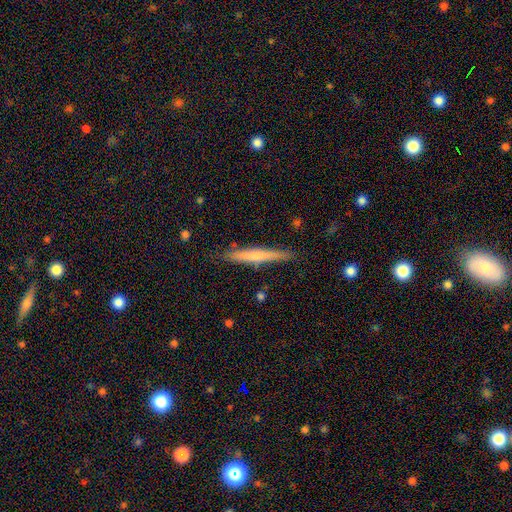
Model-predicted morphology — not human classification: This is possibly a smooth galaxy (54%). How rounded: clearly cigar-shaped (95%). Merging: clearly none (87%).